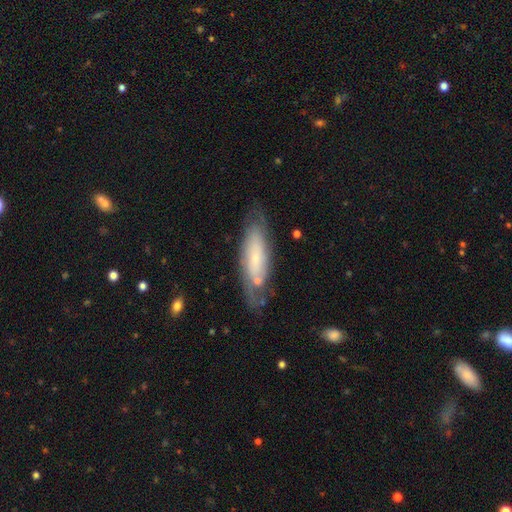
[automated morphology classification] smooth-or-featured: featured or disk: 49% | smooth: 44% | star or artifact: 7%
  merging: none: 67% | minor disturbance: 21% | major disturbance: 8% | merger: 5%